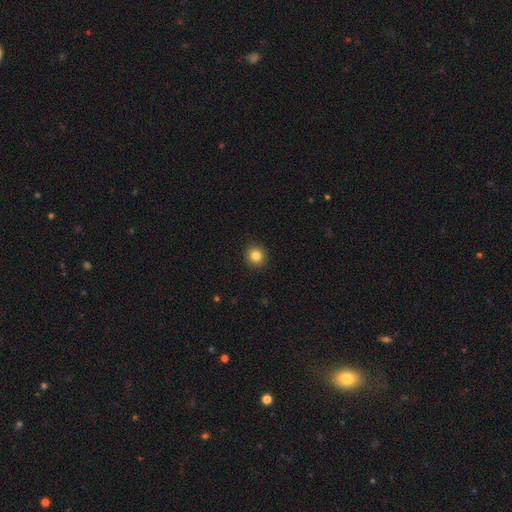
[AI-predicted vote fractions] The model was most divided on "smooth or featured": smooth: 83%, star or artifact: 11%, featured or disk: 6%. More confident: how rounded — round (93%); merging — none (93%).